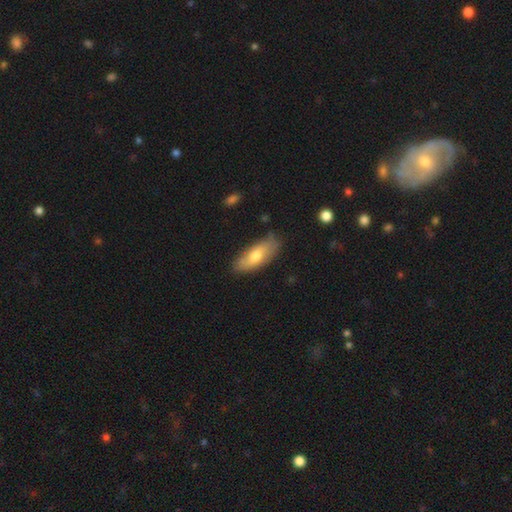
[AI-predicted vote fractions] This appears to be a smooth galaxy with no disk features (65%) that is in between round and cigar-shaped (75%). Merging: none (78%).